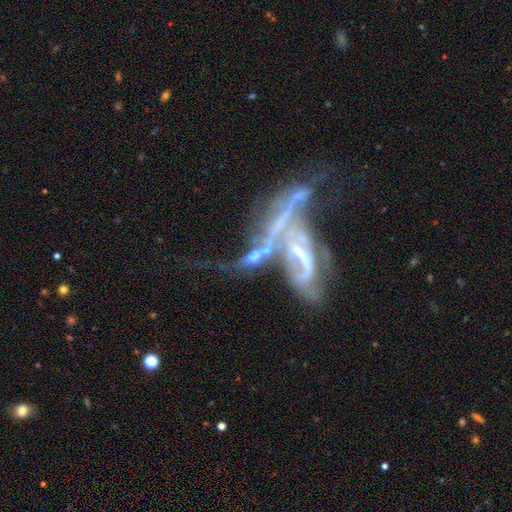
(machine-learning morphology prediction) This appears to be a featured or disk galaxy (68%) with no bar (53%), no spiral arms (52%) and no central bulge (32%). Merging: merger (58%).